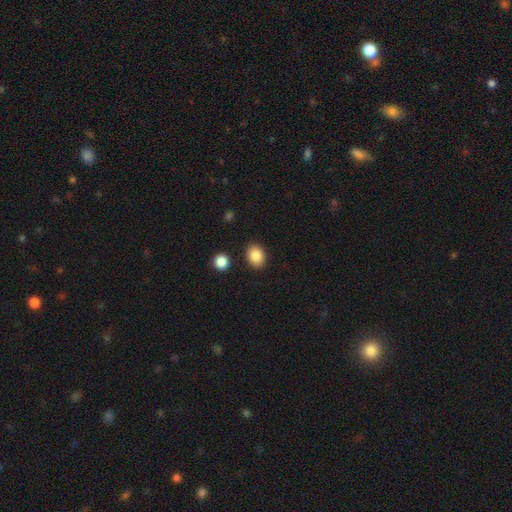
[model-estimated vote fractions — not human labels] A smooth galaxy with no disk features (87%) that is in between round and cigar-shaped (63%). Merging: none (87%).